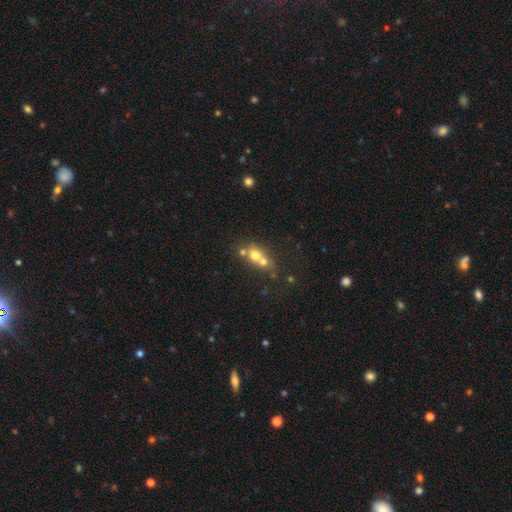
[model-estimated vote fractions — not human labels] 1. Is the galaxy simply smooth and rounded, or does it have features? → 59% smooth, 25% featured or disk, 17% star or artifact.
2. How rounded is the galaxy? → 66% round, 31% in between, 3% cigar-shaped.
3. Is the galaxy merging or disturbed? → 58% merger, 31% none, 7% minor disturbance, 4% major disturbance.